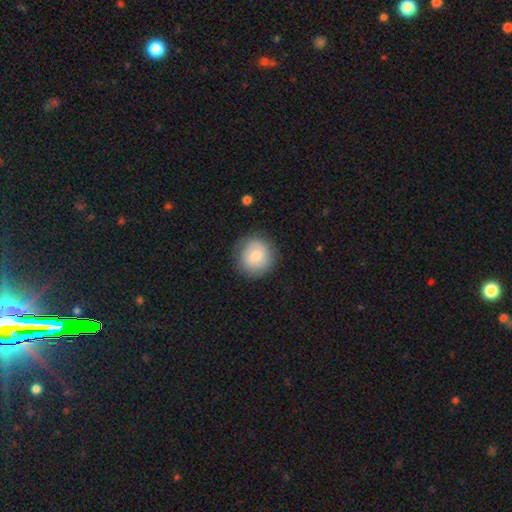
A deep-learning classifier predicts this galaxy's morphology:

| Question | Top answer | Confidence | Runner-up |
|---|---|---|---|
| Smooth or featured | smooth | 77% | featured or disk (16%) |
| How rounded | round | 92% | in between (7%) |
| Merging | none | 84% | minor disturbance (11%) |